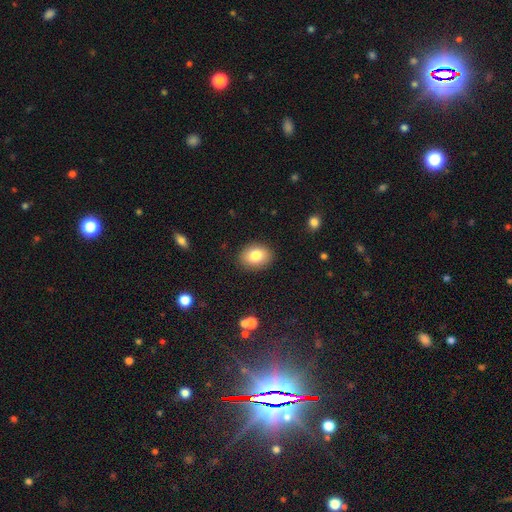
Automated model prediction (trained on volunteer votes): A smooth galaxy with no disk features (81%) that is in between round and cigar-shaped (65%).

Vote fractions:
- Smooth or featured? smooth: 81% / featured or disk: 10% / star or artifact: 9%
- How rounded? in between: 65% / round: 34% / cigar-shaped: 1%
- Merging? none: 88% / minor disturbance: 8% / major disturbance: 2% / merger: 1%